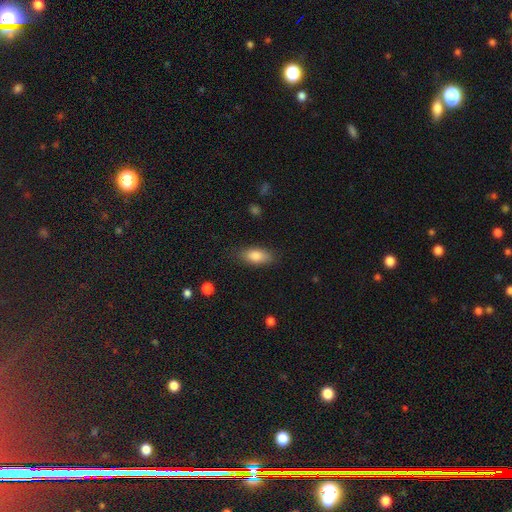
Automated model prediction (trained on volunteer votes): Smooth or featured?
  - smooth: 83% *
  - featured or disk: 10%
  - star or artifact: 7%
How rounded?
  - in between: 86% *
  - cigar-shaped: 10%
  - round: 4%
Merging?
  - none: 82% *
  - minor disturbance: 13%
  - major disturbance: 4%
  - merger: 1%